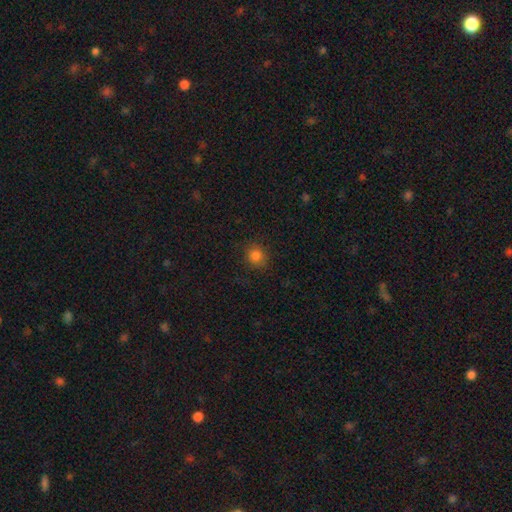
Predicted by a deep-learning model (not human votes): Smooth or featured? Predicted: smooth (p=0.82). How rounded? Predicted: round (p=0.84). Merging? Predicted: none (p=0.86).